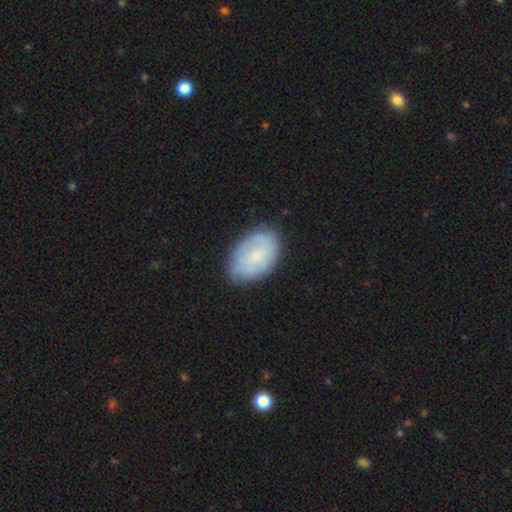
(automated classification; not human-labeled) This appears to be a smooth galaxy with no disk features (63%) that is in between round and cigar-shaped (90%). Merging: none (78%).